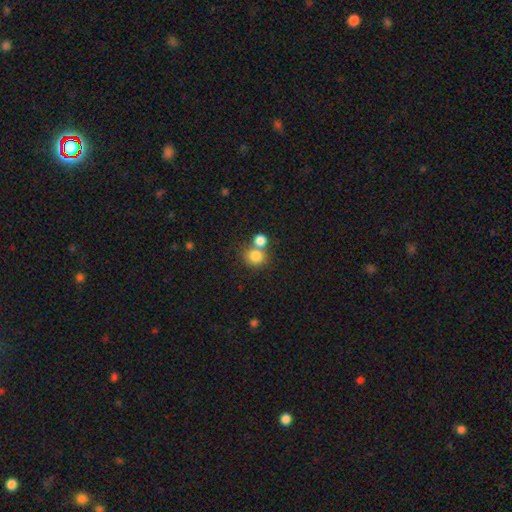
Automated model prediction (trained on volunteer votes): smooth 82%, star or artifact 11%, featured or disk 8%. Down the decision tree: how rounded — round (83%); merging — none (51%).